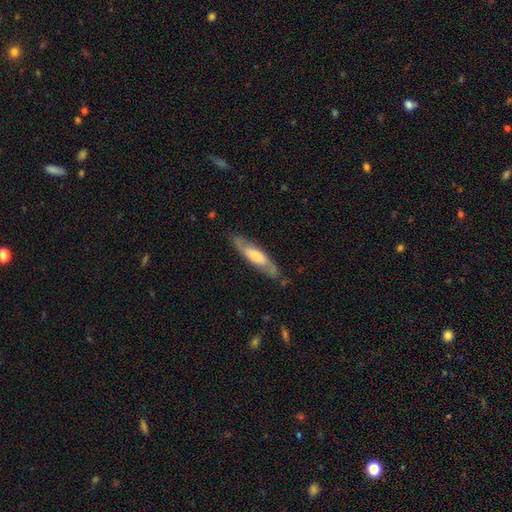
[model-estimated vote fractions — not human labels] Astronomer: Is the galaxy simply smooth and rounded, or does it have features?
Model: featured or disk — 53% (runner-up: smooth, 42%).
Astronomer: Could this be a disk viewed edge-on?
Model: no — 61% (runner-up: yes, 39%).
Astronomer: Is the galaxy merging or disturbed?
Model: none — 79%.